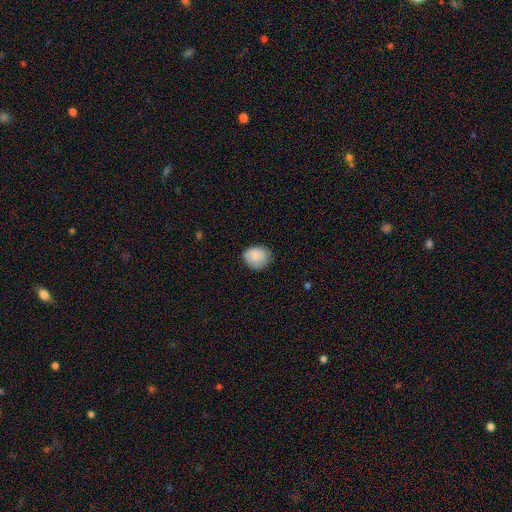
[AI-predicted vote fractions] Smooth or featured?
  - smooth: 84% *
  - featured or disk: 8%
  - star or artifact: 8%
How rounded?
  - round: 61% *
  - in between: 38%
  - cigar-shaped: 1%
Merging?
  - none: 71% *
  - minor disturbance: 23%
  - major disturbance: 4%
  - merger: 1%